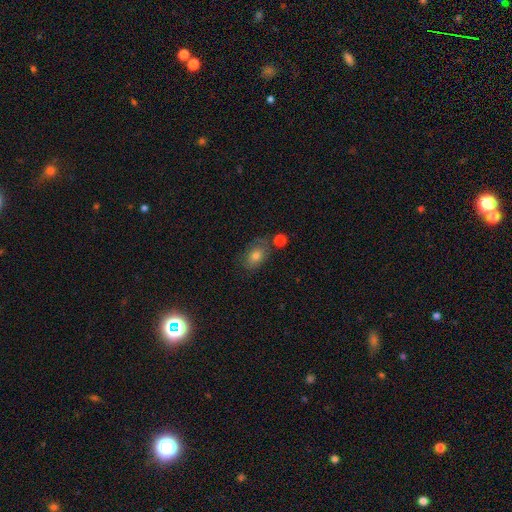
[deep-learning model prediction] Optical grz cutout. It shows a smooth galaxy with no disk features (69%) that is in between round and cigar-shaped (83%). Merging: none (61%).